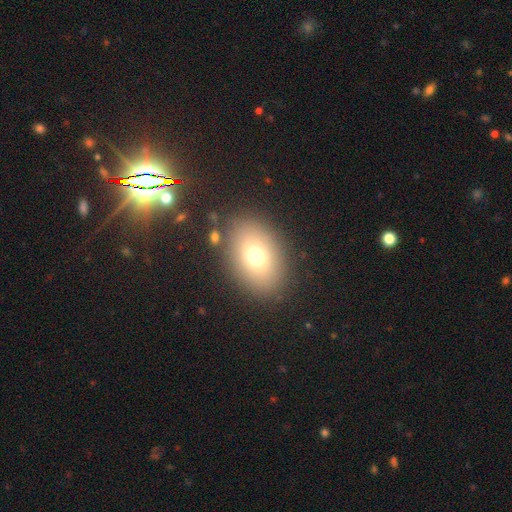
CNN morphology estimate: type=smooth (72%); roundness=in between (76%); merging=none (85%).